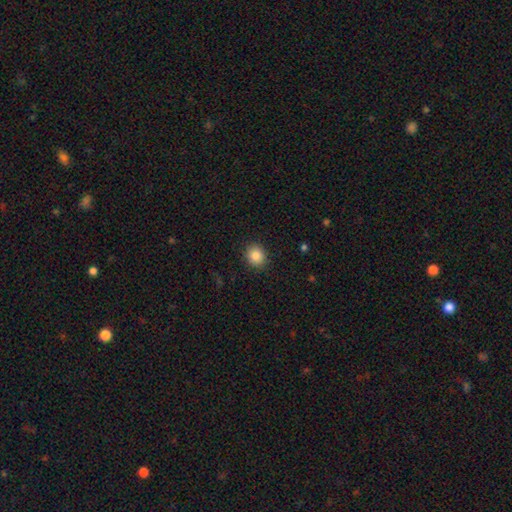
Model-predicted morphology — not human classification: type=smooth (86%); roundness=round (73%); merging=none (89%).